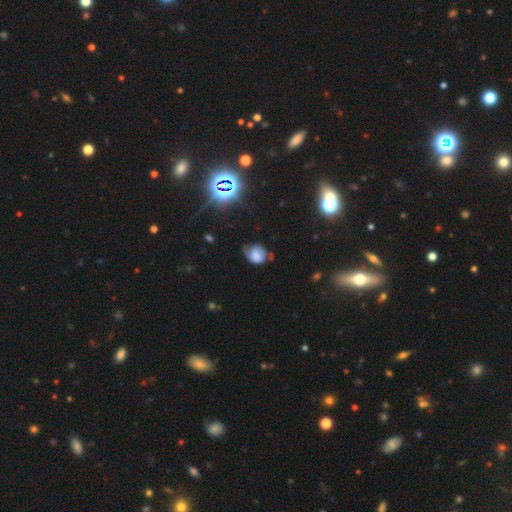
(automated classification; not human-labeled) Smooth or featured?
  - smooth: 61% *
  - featured or disk: 25%
  - star or artifact: 14%
How rounded?
  - round: 57% *
  - in between: 42%
  - cigar-shaped: 1%
Merging?
  - none: 44% *
  - minor disturbance: 37%
  - major disturbance: 16%
  - merger: 3%